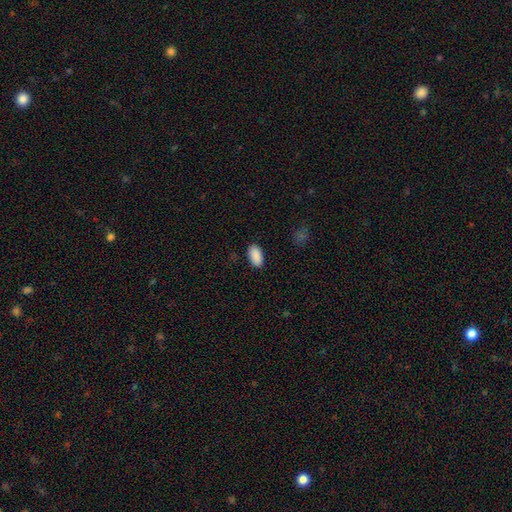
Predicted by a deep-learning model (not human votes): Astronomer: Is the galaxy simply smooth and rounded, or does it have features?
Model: smooth — 91%.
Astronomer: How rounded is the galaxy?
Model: in between — 94%.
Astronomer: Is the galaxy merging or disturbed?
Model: none — 88%.